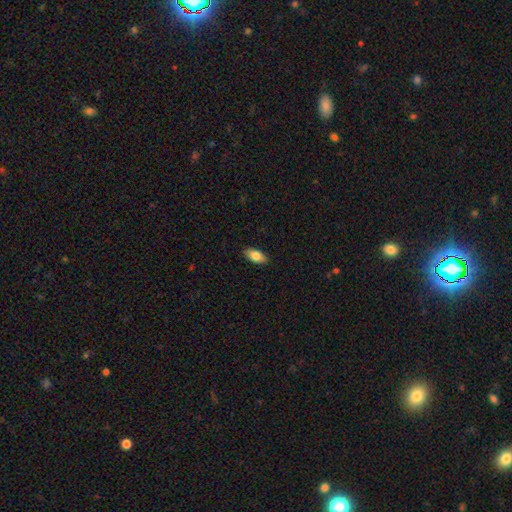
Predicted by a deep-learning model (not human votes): The model was most divided on "smooth or featured": smooth: 80%, featured or disk: 13%, star or artifact: 6%. More confident: how rounded — in between (88%); merging — none (87%).